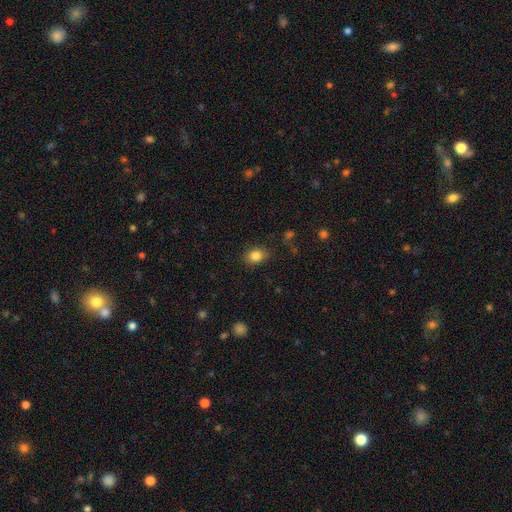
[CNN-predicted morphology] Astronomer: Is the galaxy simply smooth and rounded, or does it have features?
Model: smooth — 84%.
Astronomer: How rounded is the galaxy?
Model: in between — 65%.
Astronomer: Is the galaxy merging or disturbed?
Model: none — 84%.